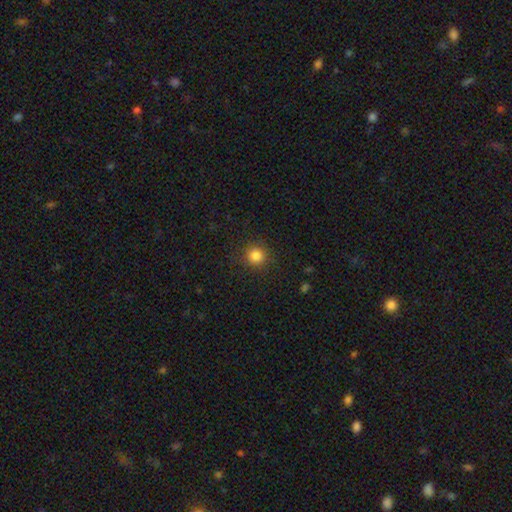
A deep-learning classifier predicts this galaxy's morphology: Overall: smooth (84%). How rounded: round (94%). Merging: none (90%).